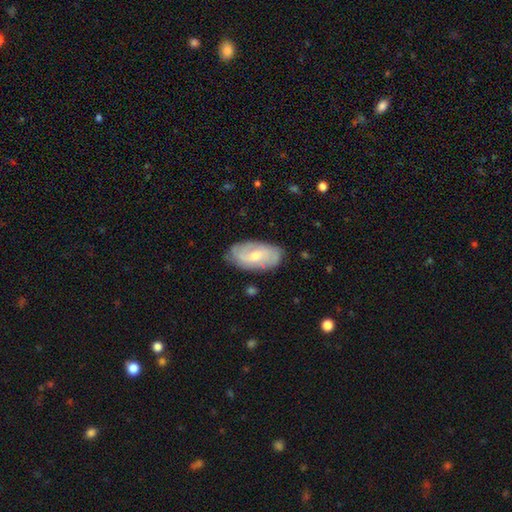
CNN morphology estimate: Overall: featured or disk (55%; smooth 38%). Edge-on disk: no (93%). Bar: no (46%; weak 45%). Spiral arms: yes (80%). Bulge size: moderate (50%; small 44%). Merging: none (76%).